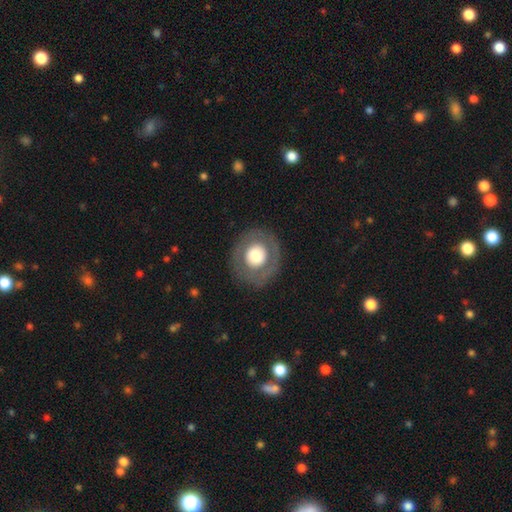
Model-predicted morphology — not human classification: Q: Smooth or featured?
A: smooth (56%); runner-up: featured or disk (37%)
Q: How rounded?
A: round (80%); runner-up: in between (19%)
Q: Merging?
A: none (81%); runner-up: minor disturbance (11%)